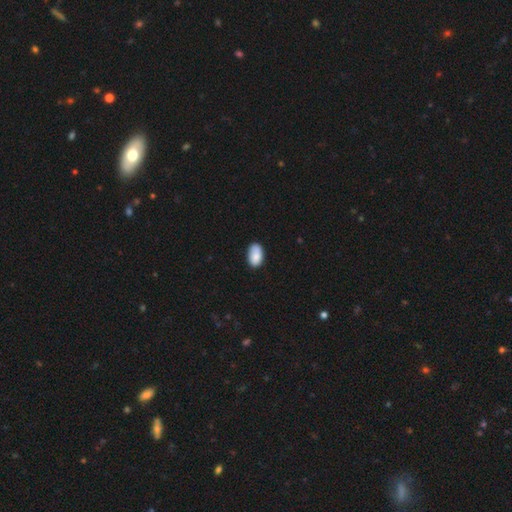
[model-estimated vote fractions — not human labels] Smooth or featured? smooth (86%)
How rounded? in between (92%)
Merging? none (71%)